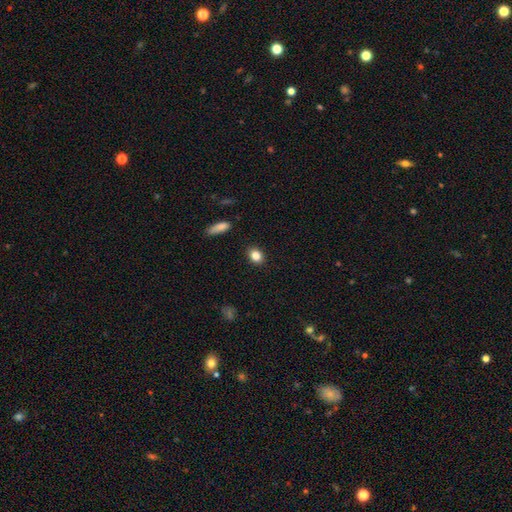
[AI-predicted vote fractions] Smooth or featured?
  - smooth: 84% *
  - star or artifact: 10%
  - featured or disk: 6%
How rounded?
  - round: 51% *
  - in between: 47%
  - cigar-shaped: 2%
Merging?
  - none: 89% *
  - minor disturbance: 7%
  - major disturbance: 2%
  - merger: 1%